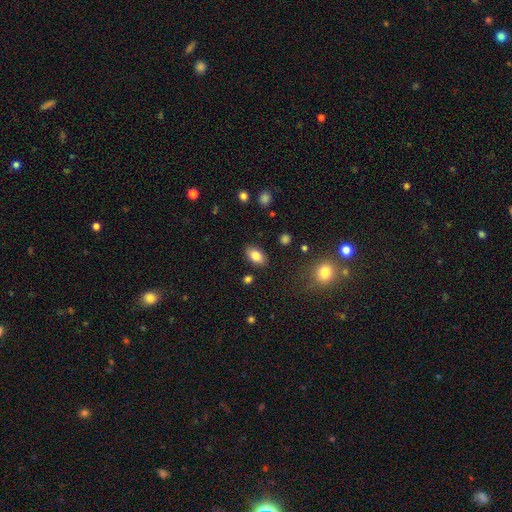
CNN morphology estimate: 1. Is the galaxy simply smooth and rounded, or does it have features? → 82% smooth, 10% featured or disk, 8% star or artifact.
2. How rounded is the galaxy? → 91% in between, 6% round, 3% cigar-shaped.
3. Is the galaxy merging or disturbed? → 86% none, 9% minor disturbance, 2% major disturbance, 2% merger.